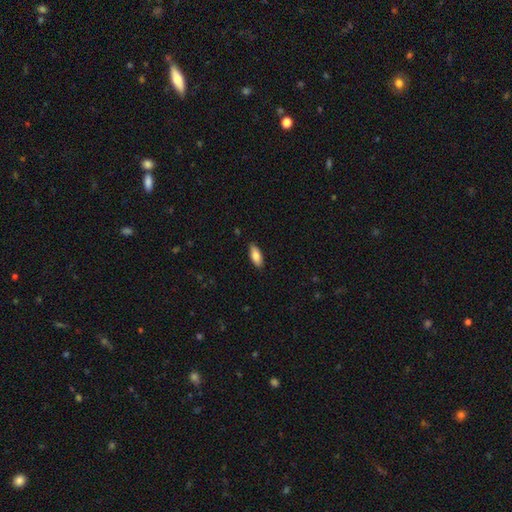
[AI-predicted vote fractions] smooth_or_featured: smooth (p=0.83) [alt: featured or disk p=0.11]
how_rounded: in between (p=0.81) [alt: cigar-shaped p=0.17]
merging: none (p=0.87) [alt: minor disturbance p=0.10]